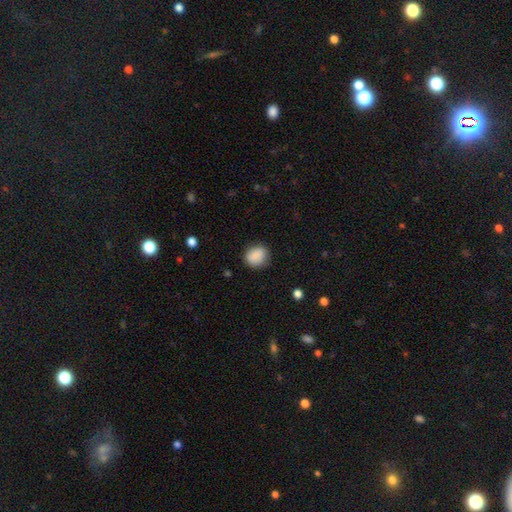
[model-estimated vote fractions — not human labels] Overall: smooth (88%). How rounded: round (65%; in between 34%). Merging: none (81%).